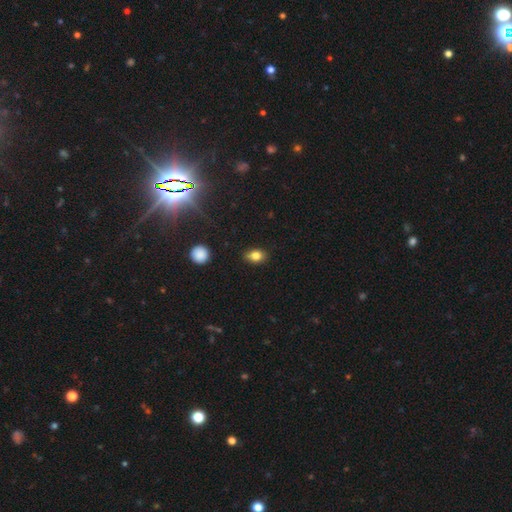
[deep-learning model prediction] Morphology: type=smooth (81%); roundness=in between (73%); merging=none (84%).